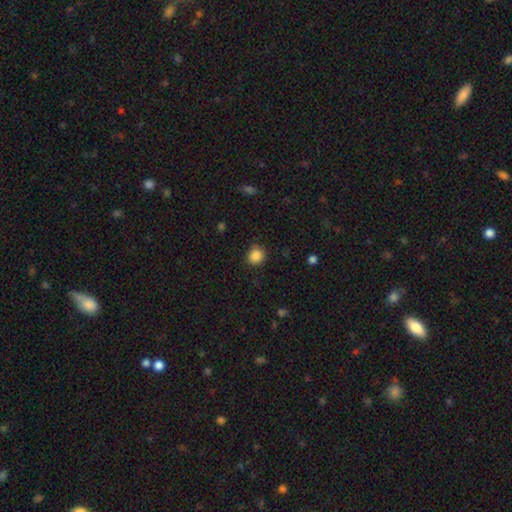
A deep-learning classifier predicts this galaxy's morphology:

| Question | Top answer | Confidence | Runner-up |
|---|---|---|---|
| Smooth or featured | smooth | 86% | star or artifact (11%) |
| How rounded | round | 87% | in between (12%) |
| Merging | none | 85% | minor disturbance (11%) |